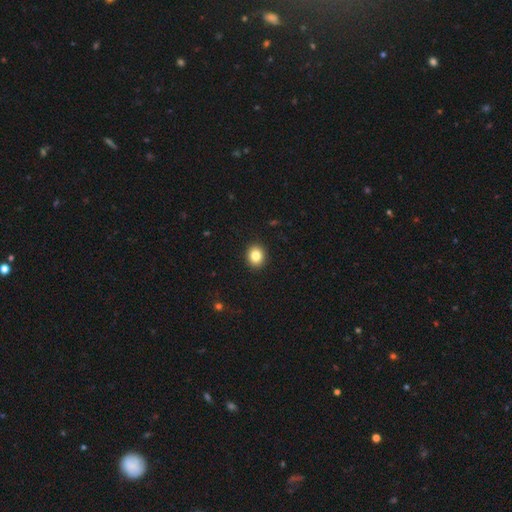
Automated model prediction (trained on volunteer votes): smooth-or-featured: smooth: 83% | star or artifact: 10% | featured or disk: 7%
  how-rounded: round: 69% | in between: 30% | cigar-shaped: 1%
  merging: none: 92% | minor disturbance: 5% | major disturbance: 2% | merger: 1%